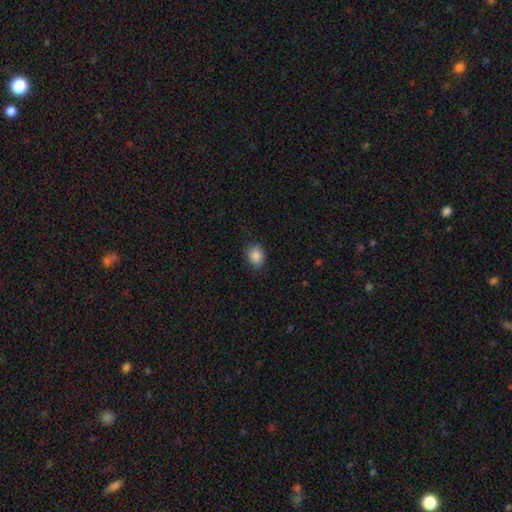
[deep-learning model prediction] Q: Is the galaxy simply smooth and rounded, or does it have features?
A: smooth — 87%.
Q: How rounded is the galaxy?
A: in between — 60%.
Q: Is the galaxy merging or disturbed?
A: none — 85%.